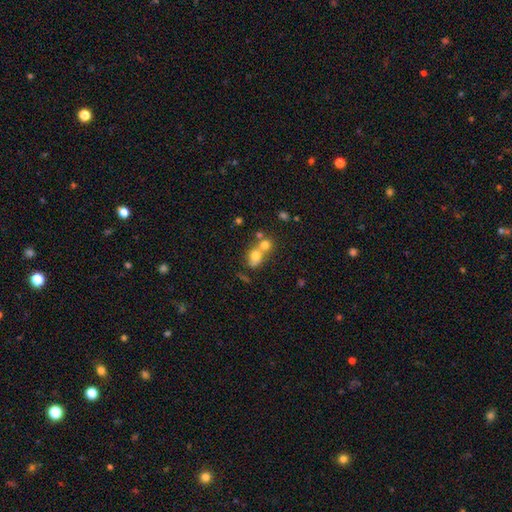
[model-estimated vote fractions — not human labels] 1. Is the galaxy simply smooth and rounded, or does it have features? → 70% smooth, 17% featured or disk, 13% star or artifact.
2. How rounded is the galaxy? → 63% round, 35% in between, 2% cigar-shaped.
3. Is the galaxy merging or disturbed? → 60% merger, 29% none, 7% minor disturbance, 4% major disturbance.